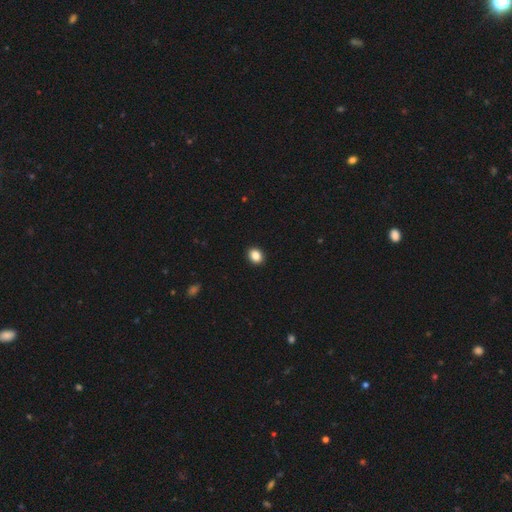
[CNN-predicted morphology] This is clearly a smooth galaxy (86%). How rounded: possibly round (52%). Merging: clearly none (92%).